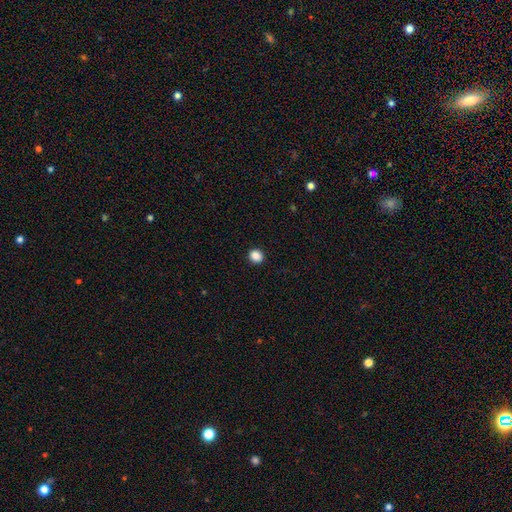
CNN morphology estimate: A smooth galaxy with no disk features (87%) that is round (78%). Merging: none (92%).